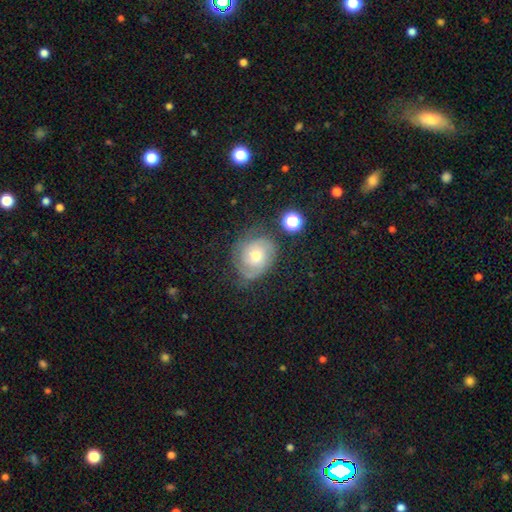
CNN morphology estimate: type=featured or disk (76%); edge-on=no (97%); bar=no (76%); spiral arms=yes (93%); winding=tight (64%); arm count=2 (48%); bulge=moderate (60%); merging=none (67%).